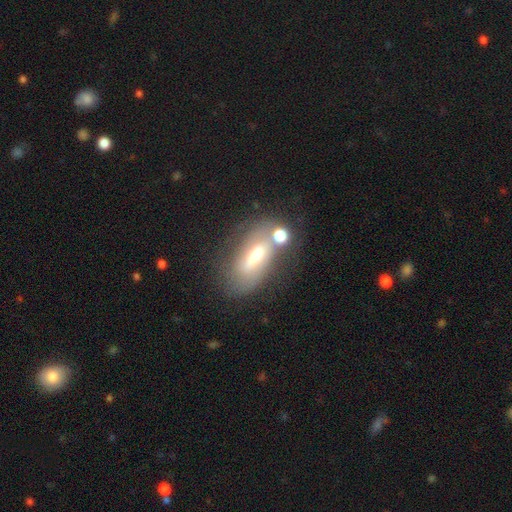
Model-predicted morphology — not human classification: type=featured or disk (46%); merging=none (51%).